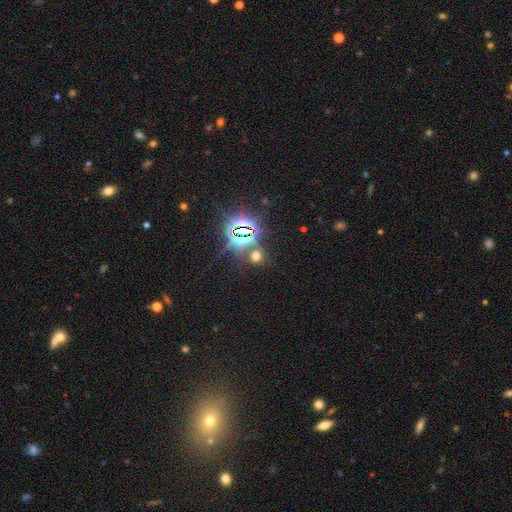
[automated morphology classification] This appears to be a star or artifact, not a galaxy (55%).